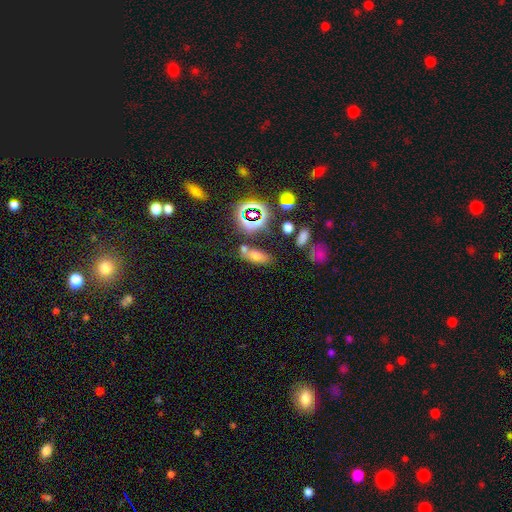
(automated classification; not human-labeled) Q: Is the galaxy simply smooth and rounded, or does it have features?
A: smooth — 61%.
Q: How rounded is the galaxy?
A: in between — 74%.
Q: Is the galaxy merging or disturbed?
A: none — 58%.